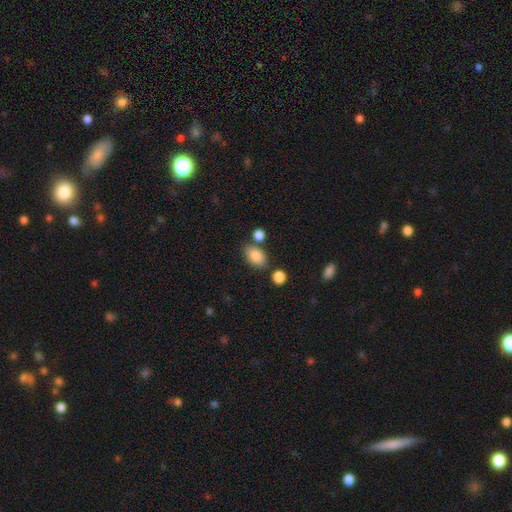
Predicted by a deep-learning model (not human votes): Smooth or featured? smooth (86%)
How rounded? in between (87%)
Merging? none (70%)